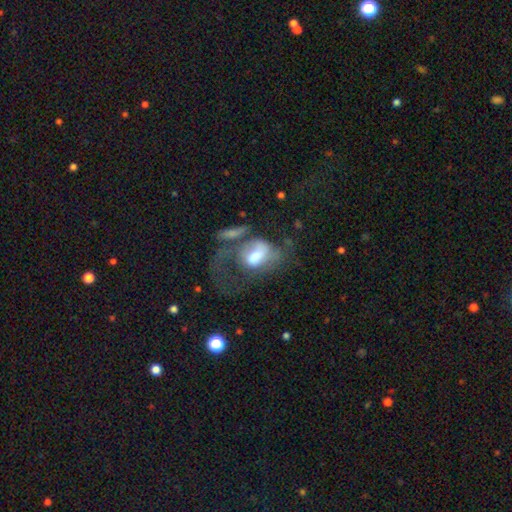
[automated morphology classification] A featured or disk galaxy (48%). Merging: major disturbance (57%).